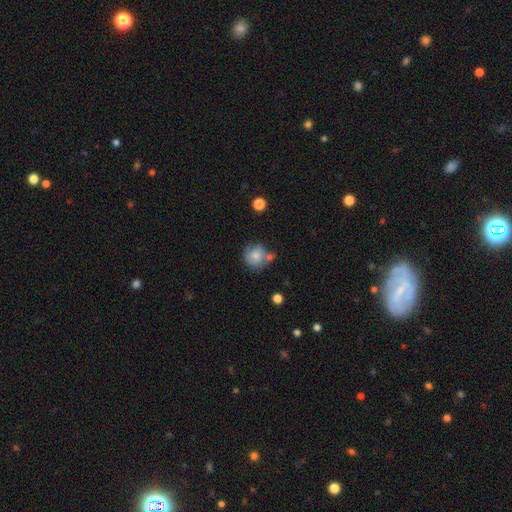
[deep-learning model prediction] smooth_or_featured: smooth (p=0.77) [alt: featured or disk p=0.15]
how_rounded: round (p=0.88) [alt: in between p=0.11]
merging: none (p=0.58) [alt: merger p=0.19]